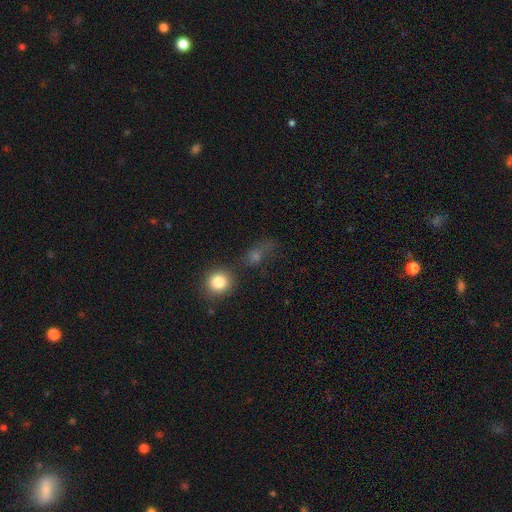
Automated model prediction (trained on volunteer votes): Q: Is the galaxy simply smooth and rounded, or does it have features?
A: smooth — 56%.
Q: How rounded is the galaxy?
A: round — 56%.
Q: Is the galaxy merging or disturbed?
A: none — 52%.